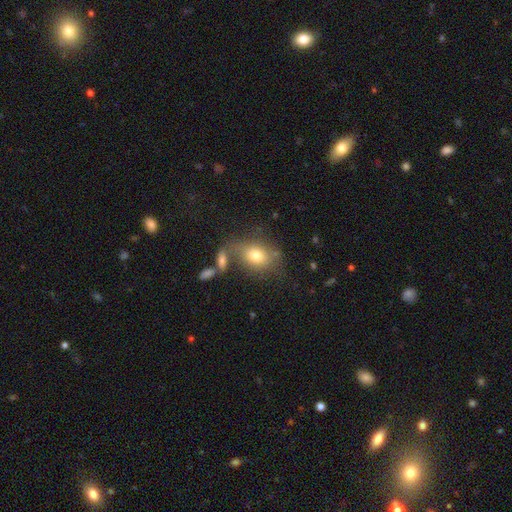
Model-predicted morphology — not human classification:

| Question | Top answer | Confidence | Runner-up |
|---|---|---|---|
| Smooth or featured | smooth | 74% | featured or disk (15%) |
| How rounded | in between | 61% | round (37%) |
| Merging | none | 57% | minor disturbance (18%) |